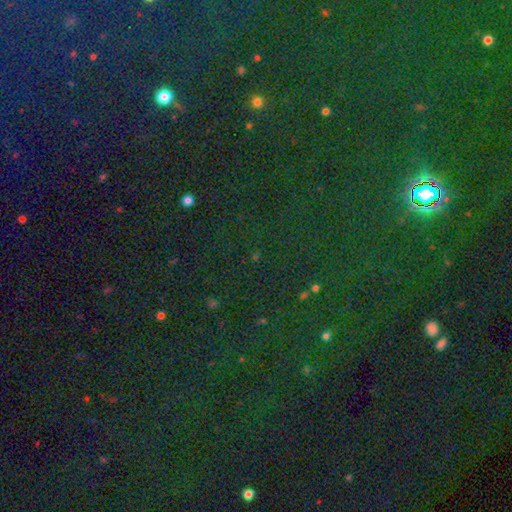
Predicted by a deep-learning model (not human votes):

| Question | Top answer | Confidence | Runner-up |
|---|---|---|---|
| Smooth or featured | star or artifact | 72% | smooth (20%) |